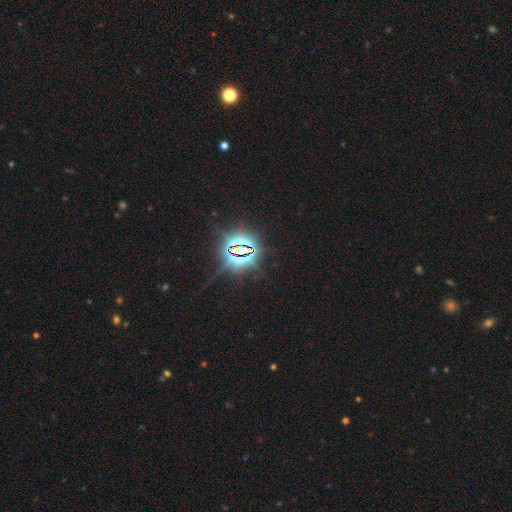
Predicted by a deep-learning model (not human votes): Smooth or featured?
  - star or artifact: 85% *
  - smooth: 8%
  - featured or disk: 7%